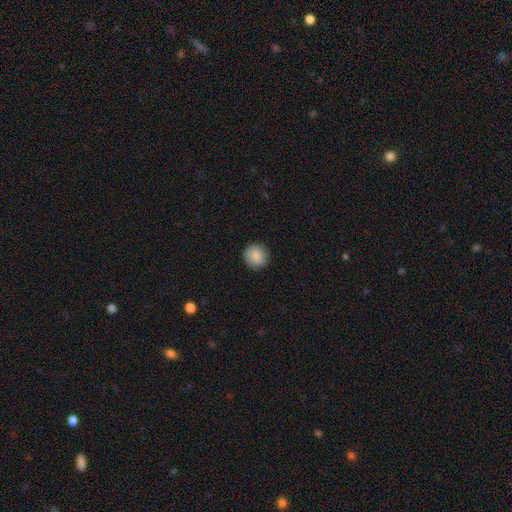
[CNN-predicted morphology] This appears to be a smooth galaxy with no disk features (88%) that is round (91%). Merging: none (90%).